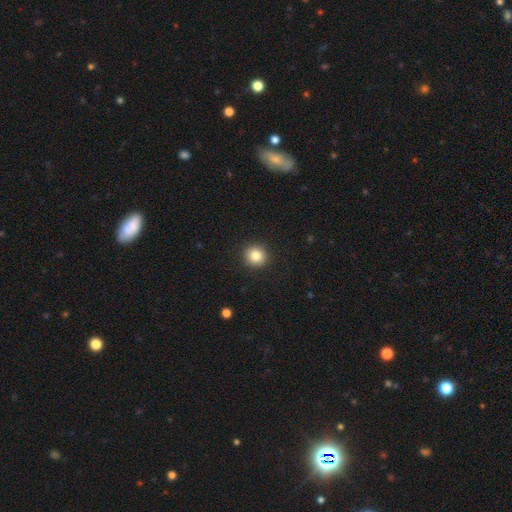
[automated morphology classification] Overall: smooth (83%). How rounded: round (92%). Merging: none (92%).